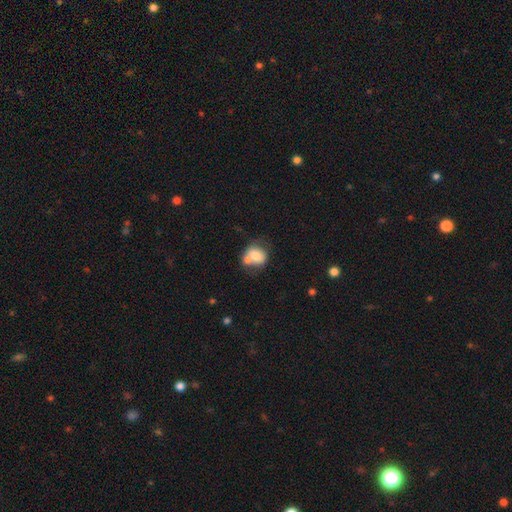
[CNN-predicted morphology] This is likely a smooth galaxy (73%). How rounded: possibly in between (51%). Merging: possibly merger (45%).